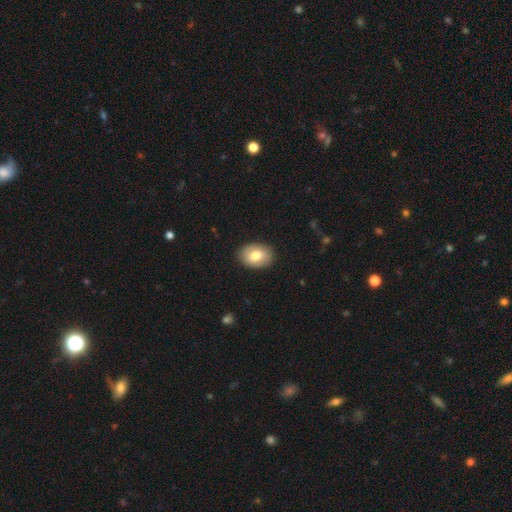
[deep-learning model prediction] A smooth galaxy with no disk features (74%) that is in between round and cigar-shaped (75%).

Vote fractions:
- Smooth or featured? smooth: 74% / featured or disk: 19% / star or artifact: 7%
- How rounded? in between: 75% / round: 24% / cigar-shaped: 1%
- Merging? none: 88% / minor disturbance: 9% / major disturbance: 2% / merger: 1%